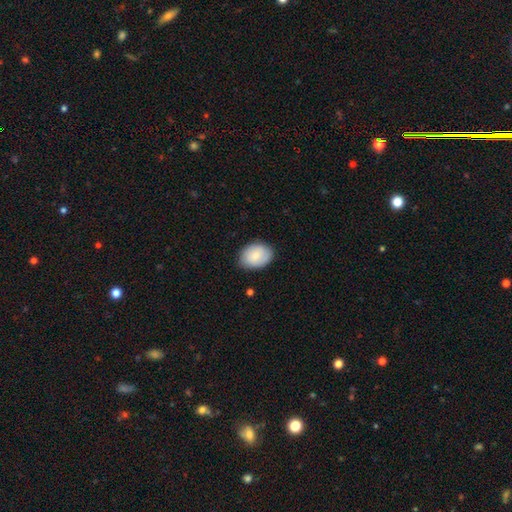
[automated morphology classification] A smooth galaxy with no disk features (78%) that is in between round and cigar-shaped (72%). Merging: none (81%).